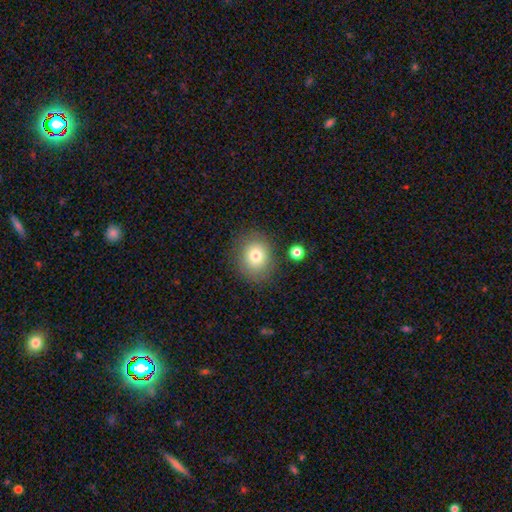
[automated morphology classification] Q: Smooth or featured?
A: smooth (77%); runner-up: featured or disk (12%)
Q: How rounded?
A: round (72%); runner-up: in between (27%)
Q: Merging?
A: none (80%); runner-up: minor disturbance (12%)